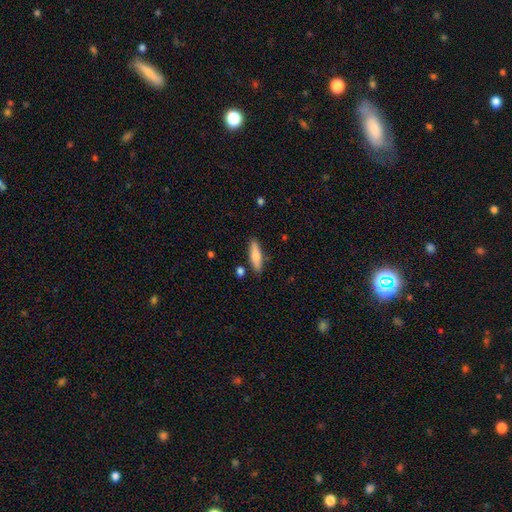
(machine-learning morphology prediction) Smooth or featured?
  - smooth: 72% *
  - featured or disk: 22%
  - star or artifact: 6%
How rounded?
  - cigar-shaped: 64% *
  - in between: 34%
  - round: 2%
Merging?
  - none: 82% *
  - minor disturbance: 11%
  - merger: 4%
  - major disturbance: 2%